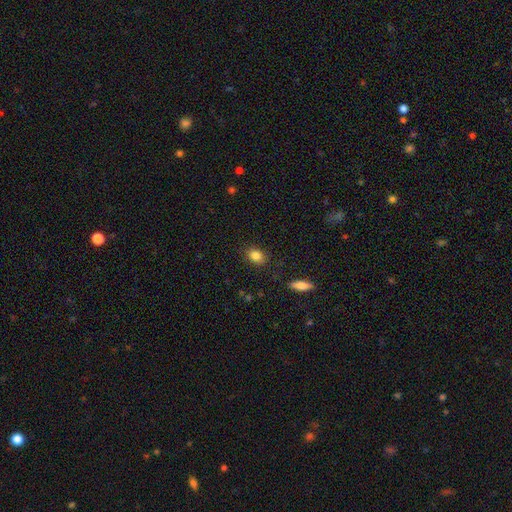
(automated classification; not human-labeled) This appears to be a smooth galaxy with no disk features (85%) that is in between round and cigar-shaped (62%). Merging: none (84%).